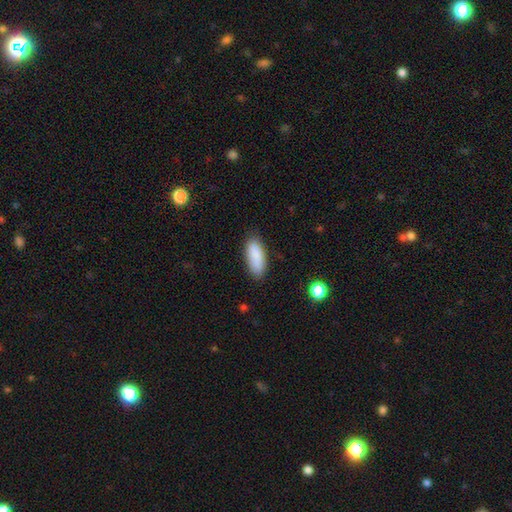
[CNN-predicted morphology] Smooth or featured: smooth — 88% (star or artifact — 6%)
How rounded: in between — 78% (cigar-shaped — 21%)
Merging: none — 84% (minor disturbance — 13%)